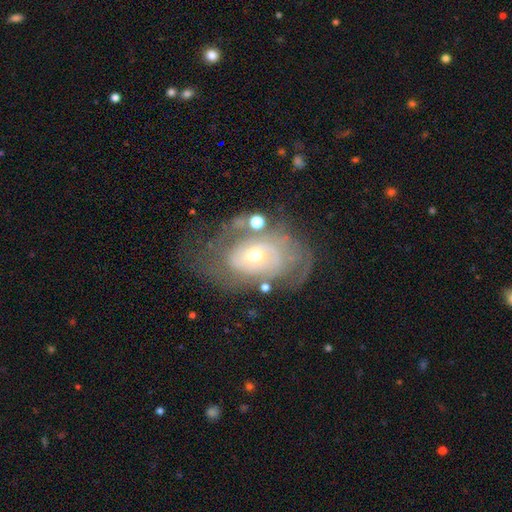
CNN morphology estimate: Overall: featured or disk (76%). Edge-on disk: no (95%). Bar: no (73%). Spiral arms: yes (78%). Spiral arm count: can't tell (49%; 2 28%). Spiral winding: tight (64%; medium 25%). Bulge size: small (56%; moderate 40%). Merging: none (53%; minor disturbance 22%).